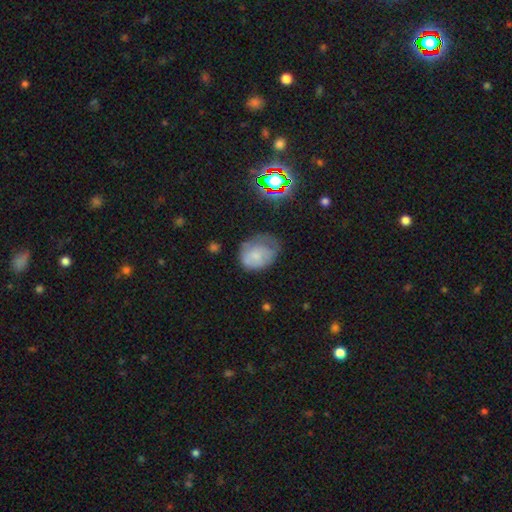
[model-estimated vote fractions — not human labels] smooth-or-featured: smooth: 65% | featured or disk: 23% | star or artifact: 12%
  how-rounded: in between: 62% | round: 37% | cigar-shaped: 1%
  merging: minor disturbance: 38% | none: 36% | major disturbance: 24% | merger: 3%